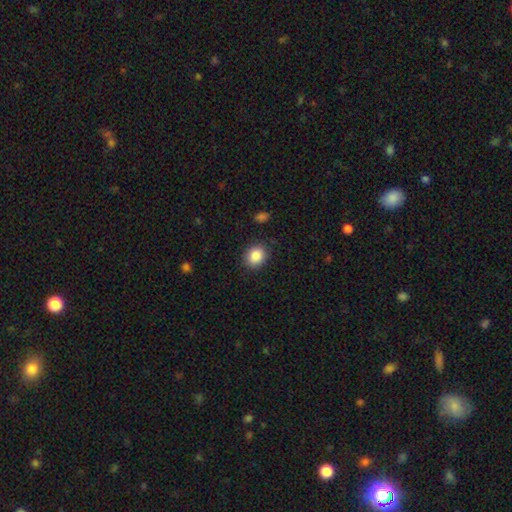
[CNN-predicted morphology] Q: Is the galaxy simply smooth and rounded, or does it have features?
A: smooth — 87%.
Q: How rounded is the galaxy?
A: round — 63%.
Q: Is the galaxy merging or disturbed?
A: none — 87%.